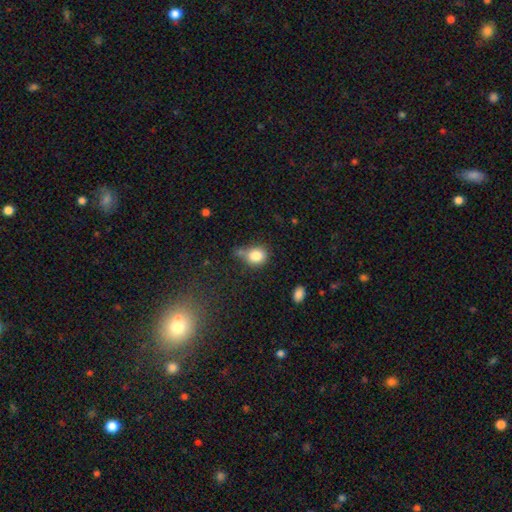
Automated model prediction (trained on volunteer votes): This appears to be a smooth galaxy with no disk features (82%) that is round (66%). Merging: none (45%).